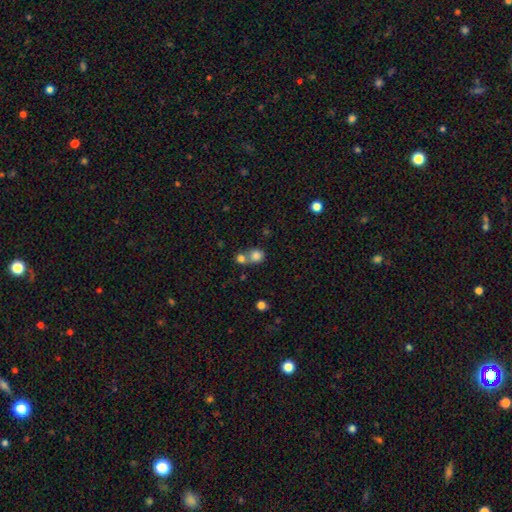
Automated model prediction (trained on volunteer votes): smooth-or-featured: smooth: 81% | star or artifact: 11% | featured or disk: 8%
  how-rounded: round: 76% | in between: 23% | cigar-shaped: 1%
  merging: merger: 52% | none: 37% | minor disturbance: 7% | major disturbance: 4%